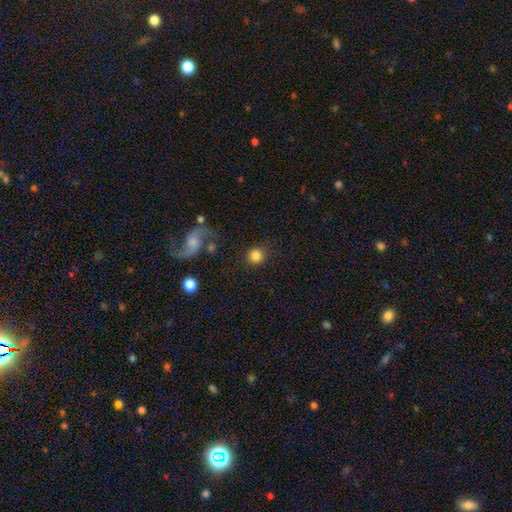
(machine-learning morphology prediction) The model was most divided on "smooth or featured": smooth: 83%, star or artifact: 9%, featured or disk: 8%. More confident: how rounded — round (92%); merging — none (83%).